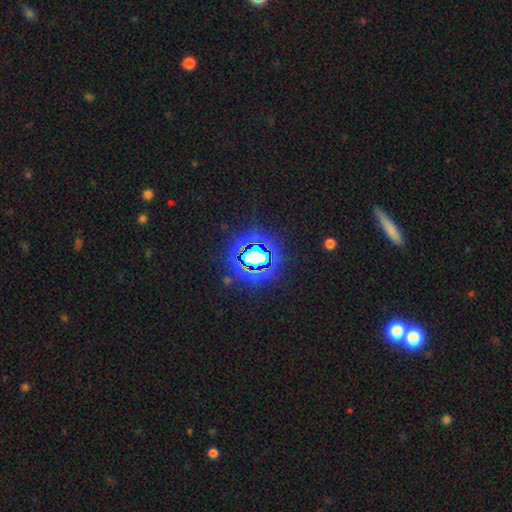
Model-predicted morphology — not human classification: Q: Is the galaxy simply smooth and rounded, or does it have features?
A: star or artifact — 71%.